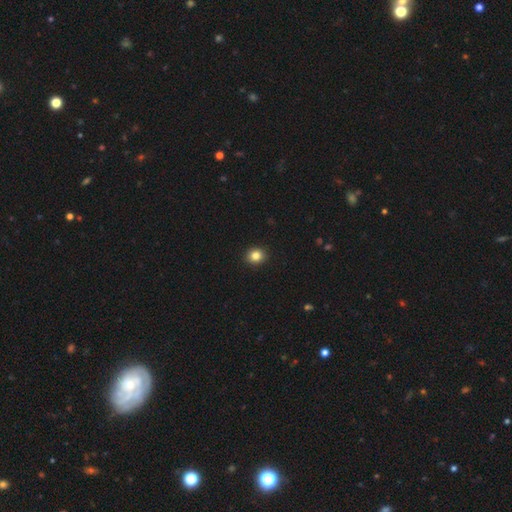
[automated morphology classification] Q: Smooth or featured?
A: smooth (83%); runner-up: star or artifact (11%)
Q: How rounded?
A: round (78%); runner-up: in between (21%)
Q: Merging?
A: none (92%); runner-up: minor disturbance (5%)